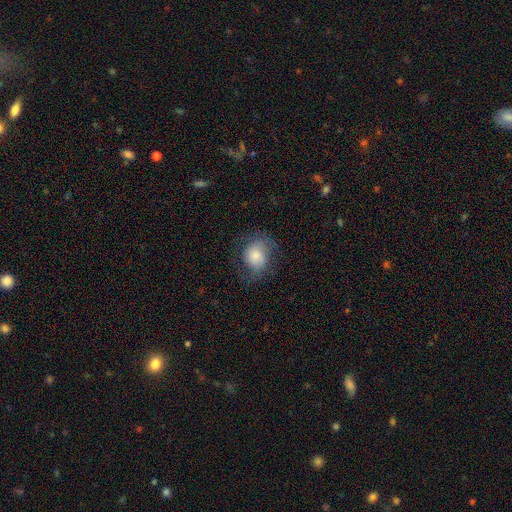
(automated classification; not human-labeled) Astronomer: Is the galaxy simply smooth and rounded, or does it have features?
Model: smooth — 58%.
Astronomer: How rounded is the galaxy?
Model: round — 62%.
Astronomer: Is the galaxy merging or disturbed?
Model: none — 61%.